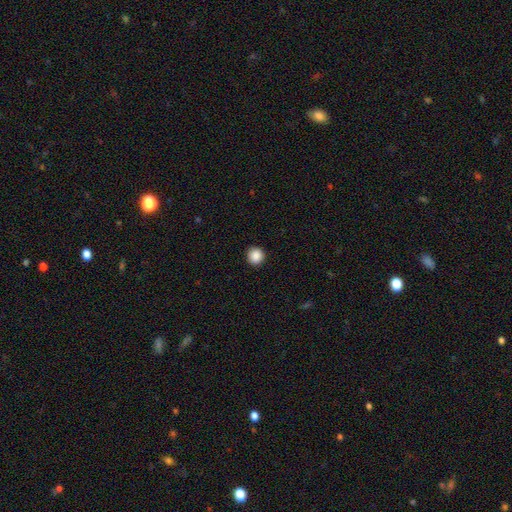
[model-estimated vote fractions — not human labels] This appears to be a smooth galaxy with no disk features (88%) that is round (93%). Merging: none (92%).